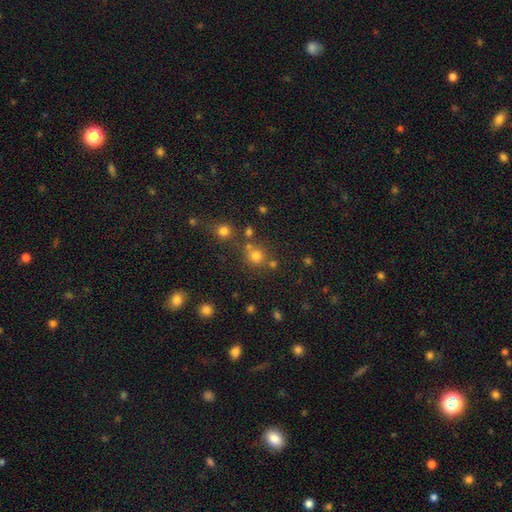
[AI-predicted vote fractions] Q: Smooth or featured?
A: smooth (70%); runner-up: star or artifact (22%)
Q: How rounded?
A: round (88%); runner-up: in between (11%)
Q: Merging?
A: none (68%); runner-up: merger (18%)